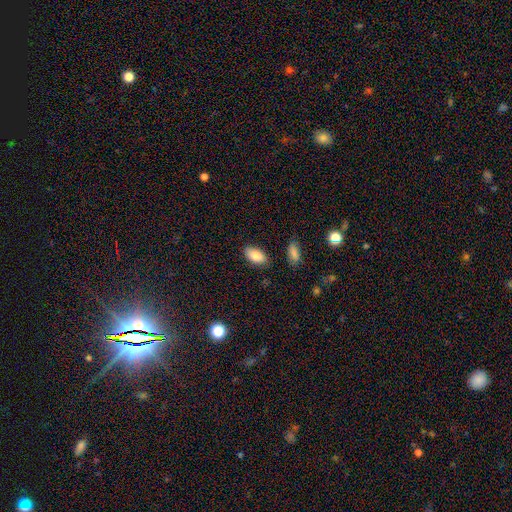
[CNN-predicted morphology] Overall: smooth (84%). How rounded: in between (93%). Merging: none (85%).